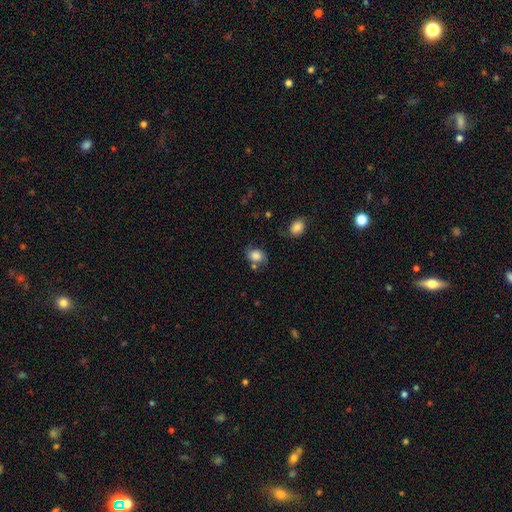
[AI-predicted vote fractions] Smooth or featured? Predicted: smooth (p=0.76). How rounded? Predicted: in between (p=0.62). Merging? Predicted: none (p=0.58).